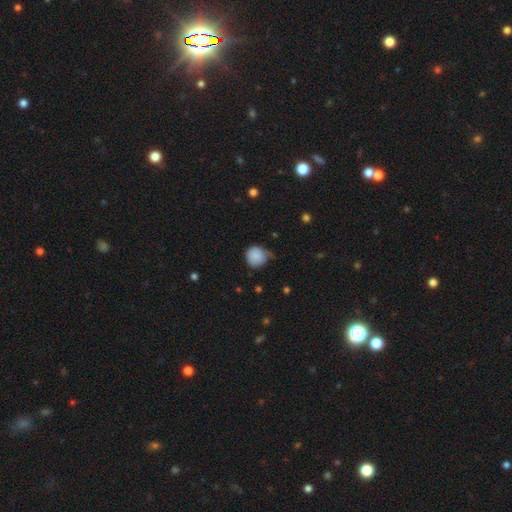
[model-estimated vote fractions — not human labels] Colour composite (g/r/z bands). It shows a smooth galaxy with no disk features (86%) that is round (89%). Merging: none (51%).